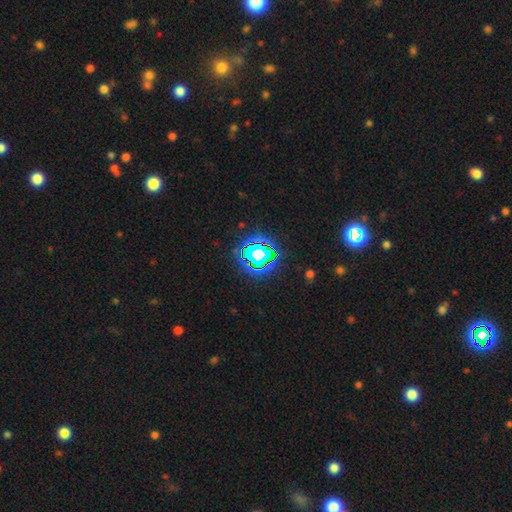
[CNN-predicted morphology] Smooth or featured? Predicted: star or artifact (p=0.80).